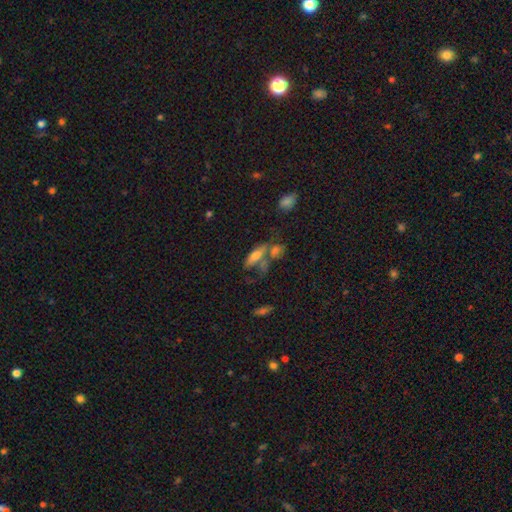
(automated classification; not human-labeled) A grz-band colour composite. It shows a smooth galaxy with no disk features (56%) that is in between round and cigar-shaped (55%). Merging: none (37%).